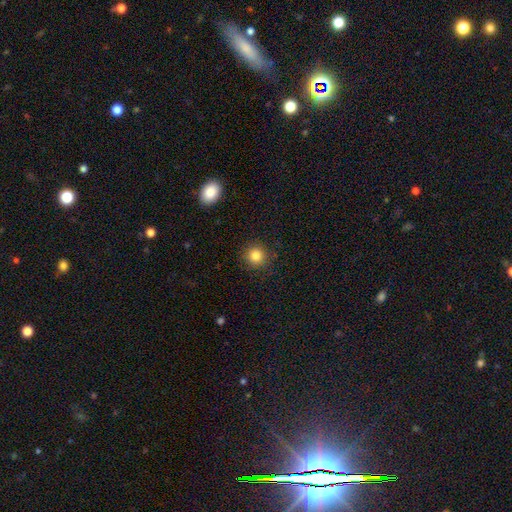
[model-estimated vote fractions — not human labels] Morphology: type=smooth (84%); roundness=round (93%); merging=none (89%).